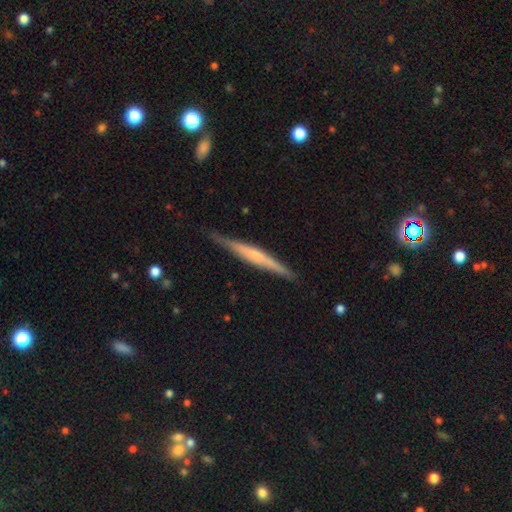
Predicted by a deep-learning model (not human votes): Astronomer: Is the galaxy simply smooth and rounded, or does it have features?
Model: featured or disk — 64%.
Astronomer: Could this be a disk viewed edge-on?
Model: yes — 97%.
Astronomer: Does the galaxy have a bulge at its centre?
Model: none — 39% (runner-up: rounded, 38%).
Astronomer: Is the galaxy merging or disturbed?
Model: none — 87%.